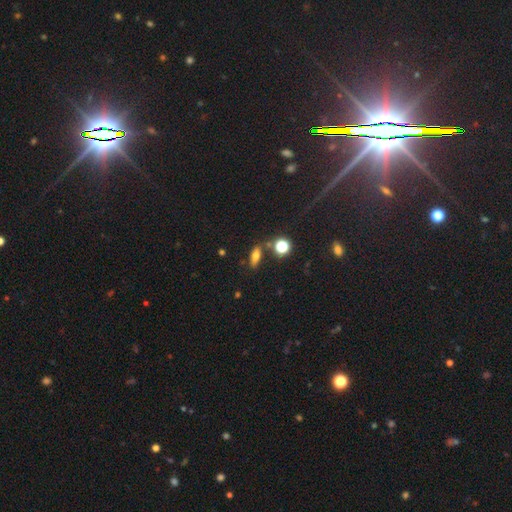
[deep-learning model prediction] smooth 65%, featured or disk 19%, star or artifact 16%. Down the decision tree: how rounded — in between (67%); merging — none (74%).